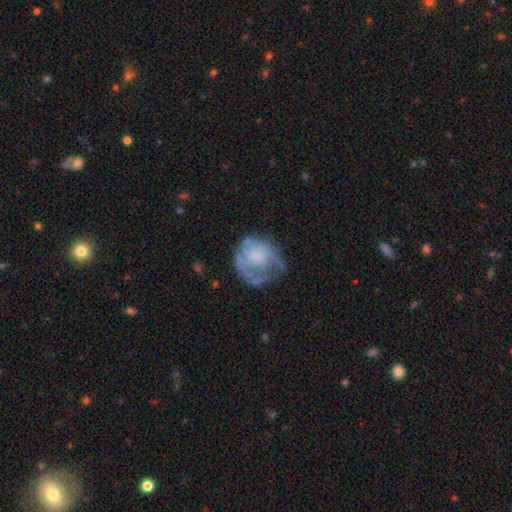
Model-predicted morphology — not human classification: This appears to be a featured or disk galaxy (49%). Merging: none (43%).